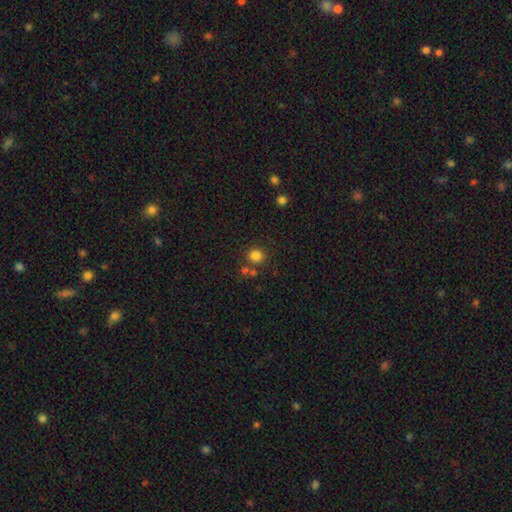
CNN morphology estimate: A smooth galaxy with no disk features (82%) that is round (86%). Merging: none (74%).